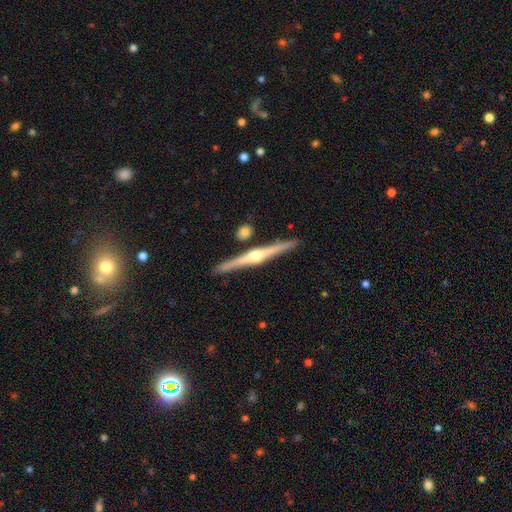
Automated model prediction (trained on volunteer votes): Smooth or featured? Predicted: featured or disk (p=0.81). Edge-on disk? Predicted: yes (p=0.98). Edge-on bulge? Predicted: rounded (p=0.92). Merging? Predicted: none (p=0.88).